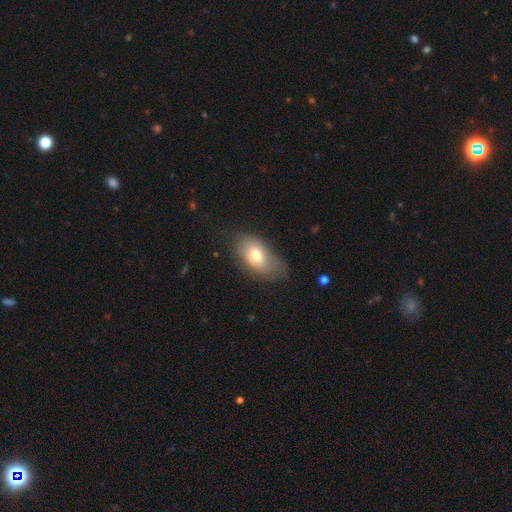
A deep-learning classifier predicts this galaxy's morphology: smooth 70%, featured or disk 23%, star or artifact 8%. Down the decision tree: how rounded — in between (91%); merging — none (60%).